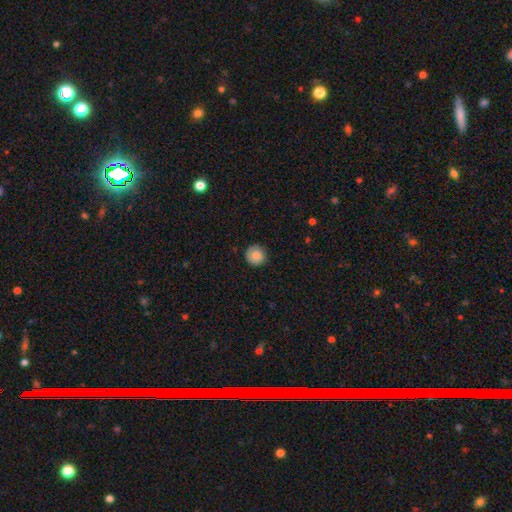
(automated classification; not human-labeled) A smooth galaxy with no disk features (84%) that is round (95%).

Vote fractions:
- Smooth or featured? smooth: 84% / featured or disk: 8% / star or artifact: 8%
- How rounded? round: 95% / in between: 4% / cigar-shaped: 1%
- Merging? none: 90% / minor disturbance: 7% / major disturbance: 2% / merger: 1%